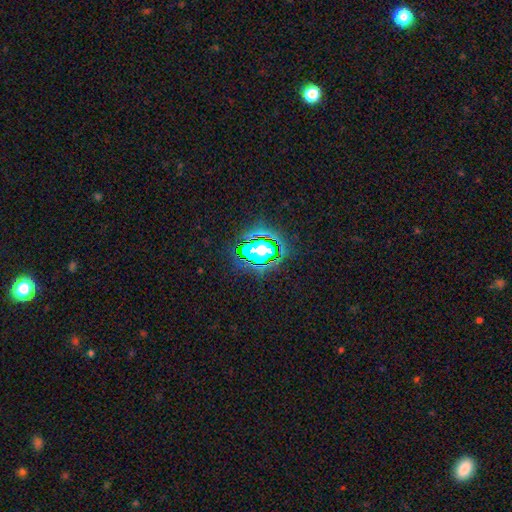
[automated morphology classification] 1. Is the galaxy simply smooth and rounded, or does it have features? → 79% star or artifact, 13% smooth, 8% featured or disk.